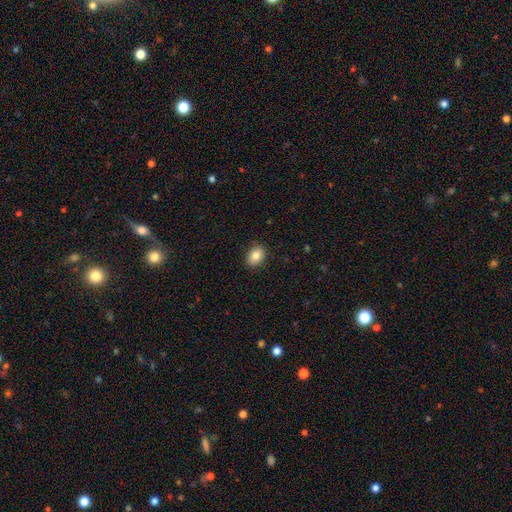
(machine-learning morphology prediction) type=smooth (85%); roundness=in between (75%); merging=none (88%).